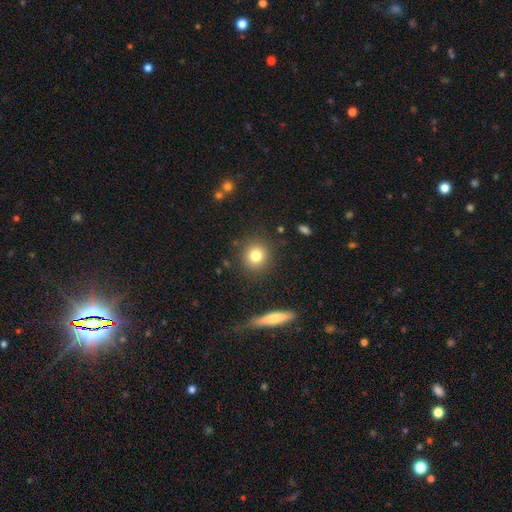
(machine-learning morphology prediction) A smooth galaxy with no disk features (80%) that is round (88%).

Vote fractions:
- Smooth or featured? smooth: 80% / star or artifact: 10% / featured or disk: 9%
- How rounded? round: 88% / in between: 11% / cigar-shaped: 1%
- Merging? none: 88% / minor disturbance: 7% / major disturbance: 3% / merger: 2%